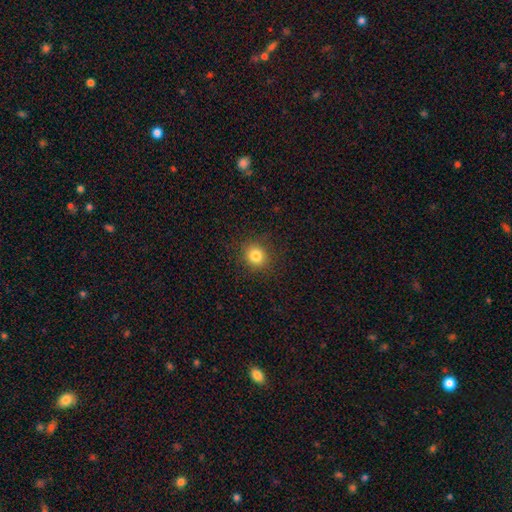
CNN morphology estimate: Q: Smooth or featured?
A: smooth (83%); runner-up: star or artifact (12%)
Q: How rounded?
A: round (87%); runner-up: in between (12%)
Q: Merging?
A: none (89%); runner-up: minor disturbance (7%)